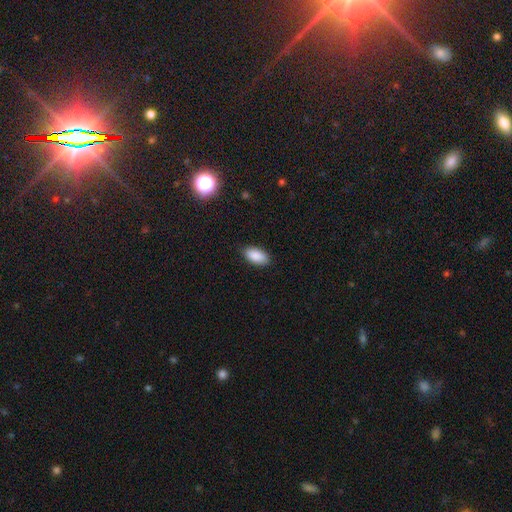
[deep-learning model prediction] Smooth or featured?
  - smooth: 89% *
  - star or artifact: 7%
  - featured or disk: 4%
How rounded?
  - in between: 92% *
  - cigar-shaped: 5%
  - round: 2%
Merging?
  - none: 86% *
  - minor disturbance: 11%
  - major disturbance: 2%
  - merger: 1%